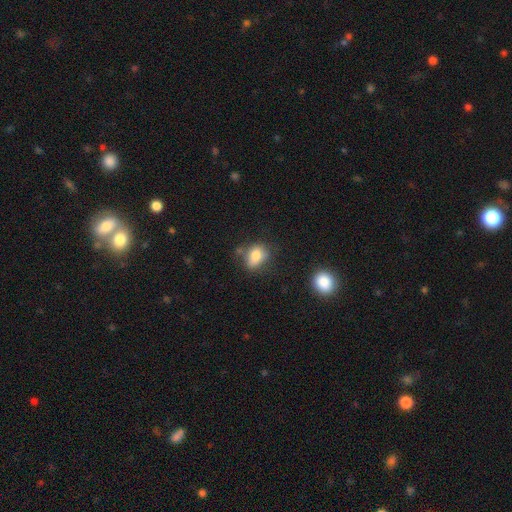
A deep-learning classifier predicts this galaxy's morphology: smooth 79%, featured or disk 12%, star or artifact 9%. Down the decision tree: how rounded — in between (72%); merging — none (58%).